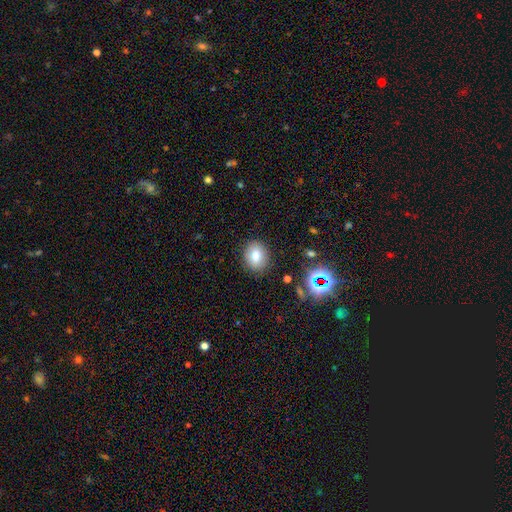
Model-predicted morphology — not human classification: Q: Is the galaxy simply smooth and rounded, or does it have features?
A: smooth — 76%.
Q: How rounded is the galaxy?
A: round — 52%.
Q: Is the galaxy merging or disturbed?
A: none — 86%.